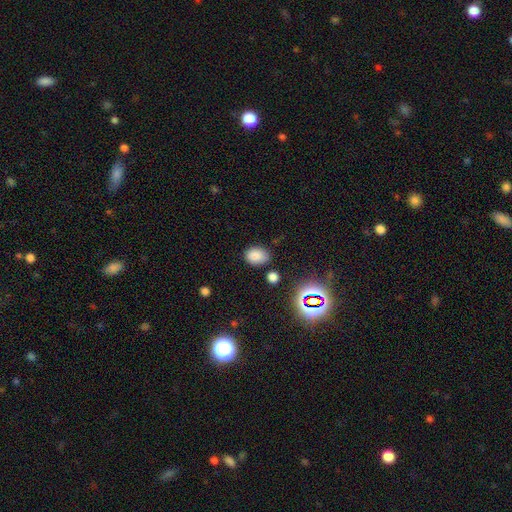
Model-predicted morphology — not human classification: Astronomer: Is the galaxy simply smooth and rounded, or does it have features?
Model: smooth — 79%.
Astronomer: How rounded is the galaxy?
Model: in between — 72%.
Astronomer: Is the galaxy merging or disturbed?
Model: none — 76%.